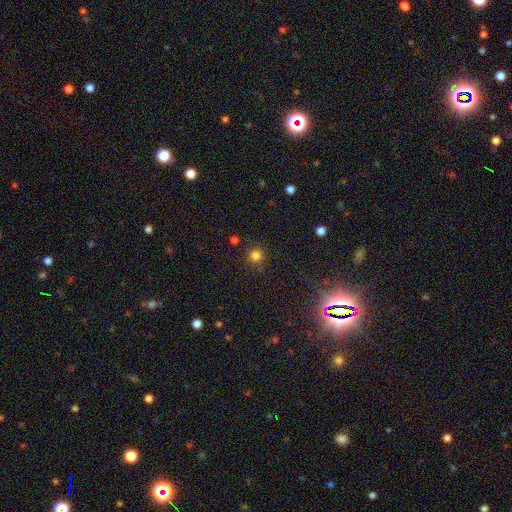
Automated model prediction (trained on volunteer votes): This appears to be a smooth galaxy with no disk features (79%) that is round (94%). Merging: none (86%).